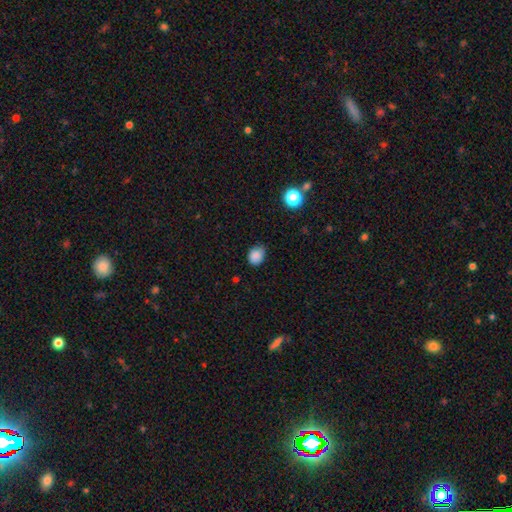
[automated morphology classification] Smooth or featured? smooth (85%)
How rounded? round (53%)
Merging? none (61%)